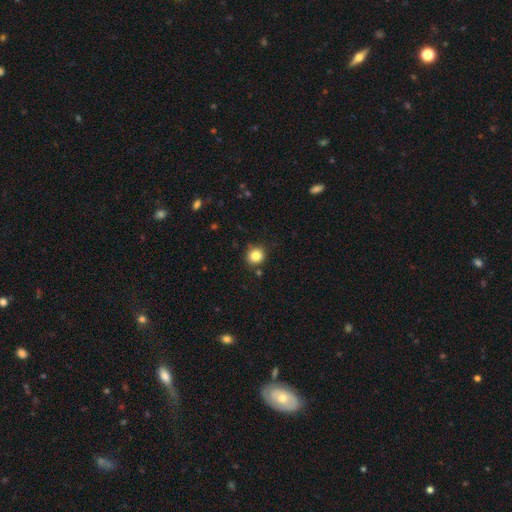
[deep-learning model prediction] Morphology: type=smooth (84%); roundness=round (91%); merging=none (86%).